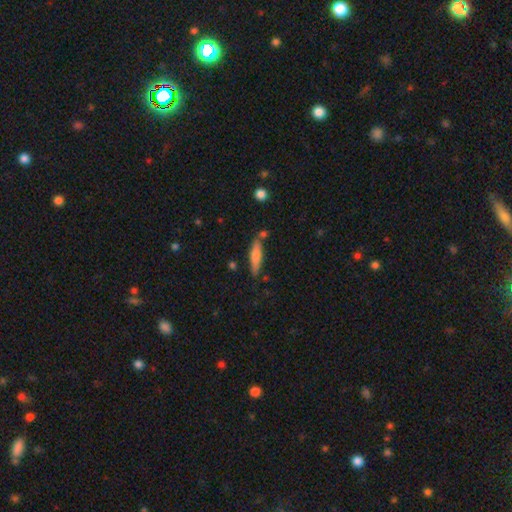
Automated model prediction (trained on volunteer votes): Smooth or featured? smooth (69%)
How rounded? cigar-shaped (74%)
Merging? none (72%)